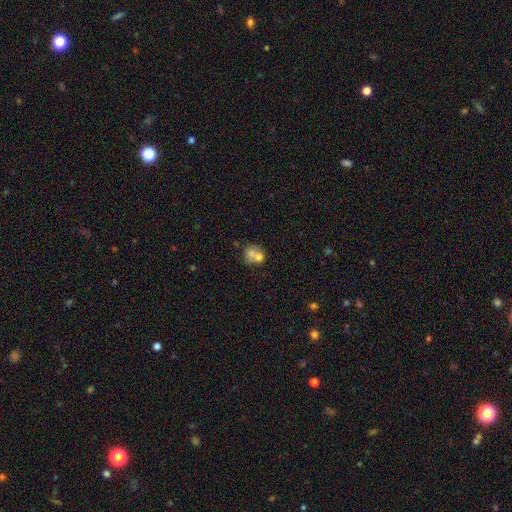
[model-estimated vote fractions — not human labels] Q: Smooth or featured?
A: smooth (65%); runner-up: featured or disk (25%)
Q: How rounded?
A: round (66%); runner-up: in between (33%)
Q: Merging?
A: merger (59%); runner-up: none (27%)